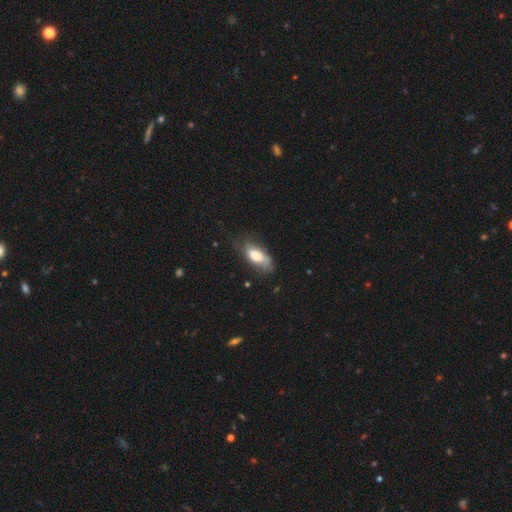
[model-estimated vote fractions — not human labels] Morphology: type=smooth (69%); roundness=in between (85%); merging=none (48%).